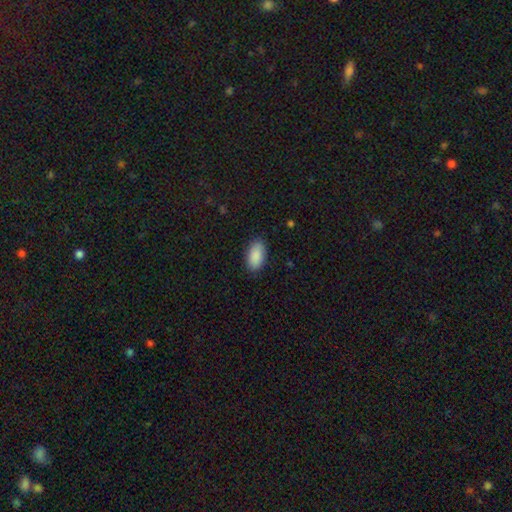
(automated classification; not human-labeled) smooth 90%, star or artifact 6%, featured or disk 4%. Down the decision tree: how rounded — in between (94%); merging — none (87%).